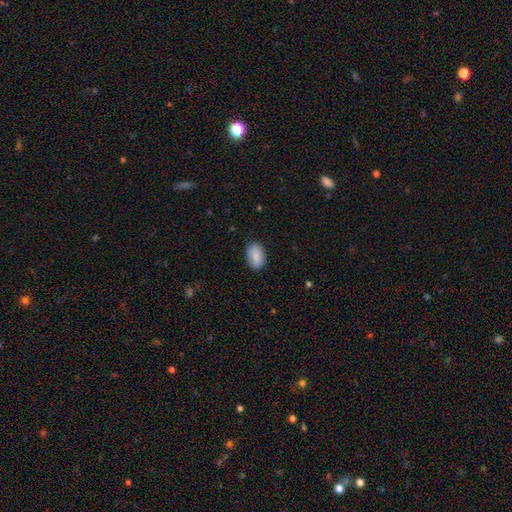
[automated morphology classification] This appears to be a smooth galaxy with no disk features (85%) that is in between round and cigar-shaped (90%). Merging: none (86%).